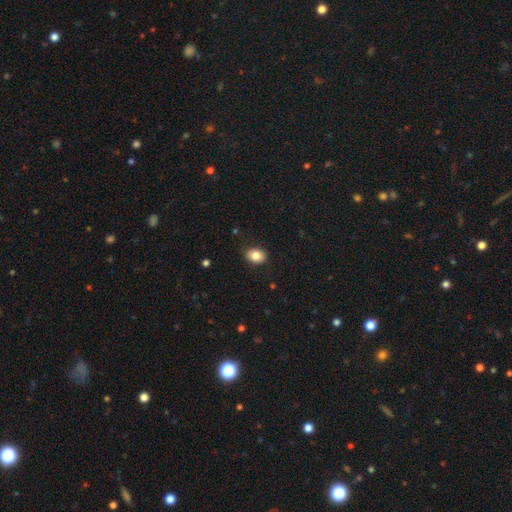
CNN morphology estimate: A smooth galaxy with no disk features (84%) that is in between round and cigar-shaped (60%).

Vote fractions:
- Smooth or featured? smooth: 84% / star or artifact: 9% / featured or disk: 7%
- How rounded? in between: 60% / round: 39% / cigar-shaped: 1%
- Merging? none: 86% / minor disturbance: 10% / major disturbance: 2% / merger: 1%